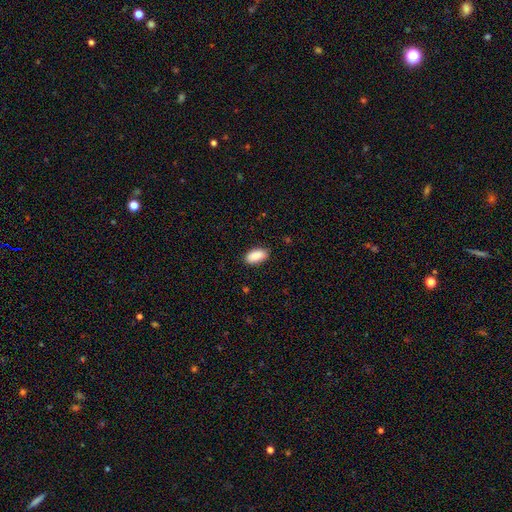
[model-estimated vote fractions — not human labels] Q: Smooth or featured?
A: smooth (90%); runner-up: star or artifact (6%)
Q: How rounded?
A: in between (93%); runner-up: cigar-shaped (4%)
Q: Merging?
A: none (86%); runner-up: minor disturbance (11%)